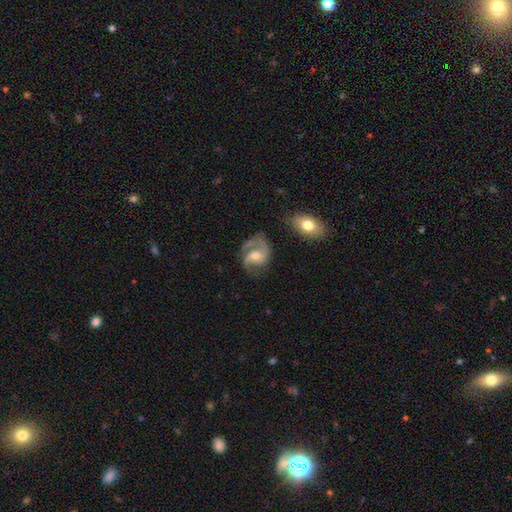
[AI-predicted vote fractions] A featured or disk galaxy (86%) with no bar (45%), 2 (84%) medium (55%) spiral arms (97%) and a moderate central bulge (56%). Merging: none (63%).